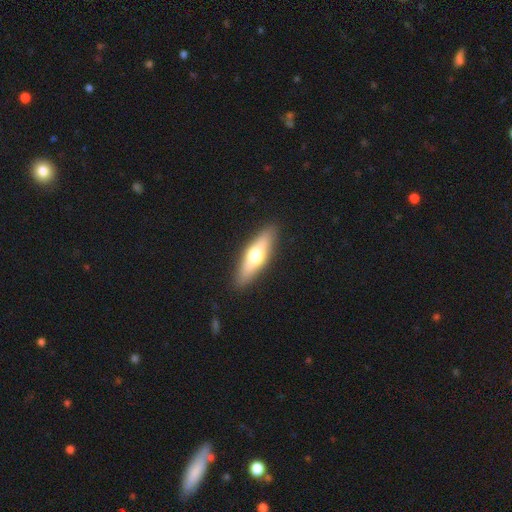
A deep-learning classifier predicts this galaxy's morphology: smooth-or-featured: smooth: 56% | featured or disk: 38% | star or artifact: 6%
  how-rounded: cigar-shaped: 60% | in between: 37% | round: 2%
  merging: none: 89% | minor disturbance: 8% | major disturbance: 2% | merger: 1%